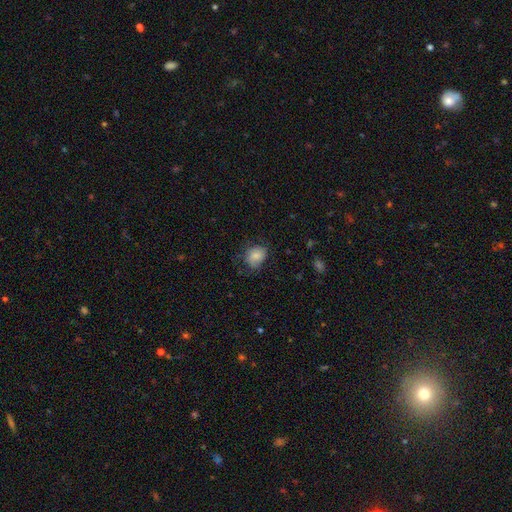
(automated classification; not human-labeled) A smooth galaxy with no disk features (78%) that is round (52%). Merging: none (58%).